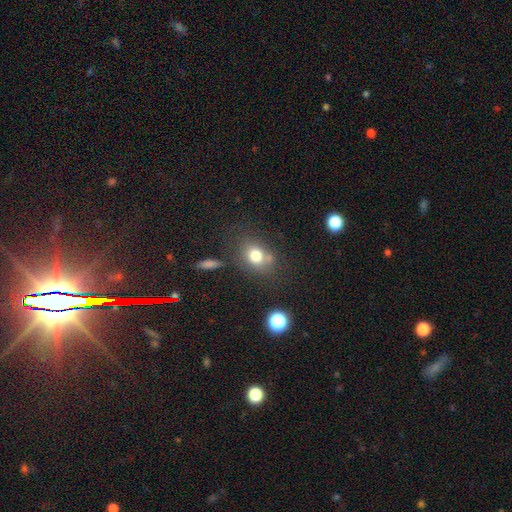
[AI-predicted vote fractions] smooth-or-featured: smooth: 76% | featured or disk: 13% | star or artifact: 12%
  how-rounded: in between: 54% | round: 44% | cigar-shaped: 1%
  merging: none: 59% | minor disturbance: 19% | merger: 13% | major disturbance: 9%